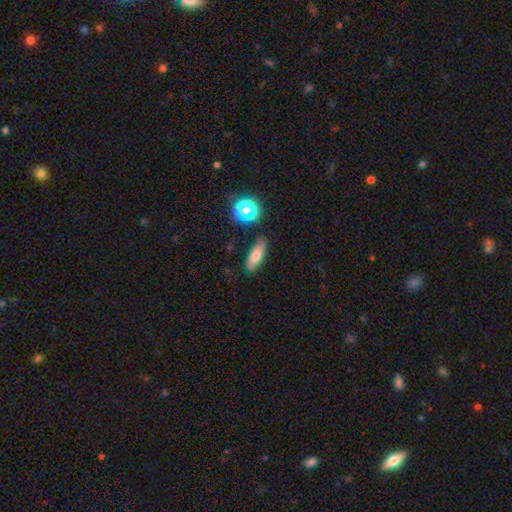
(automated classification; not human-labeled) A smooth galaxy with no disk features (71%) that is in between round and cigar-shaped (58%). Merging: none (80%).